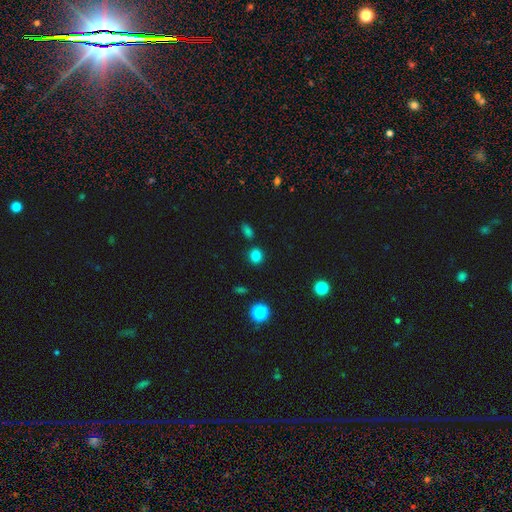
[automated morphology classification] smooth-or-featured: smooth: 81% | star or artifact: 14% | featured or disk: 5%
  how-rounded: round: 80% | in between: 19% | cigar-shaped: 1%
  merging: none: 84% | minor disturbance: 8% | merger: 5% | major disturbance: 3%